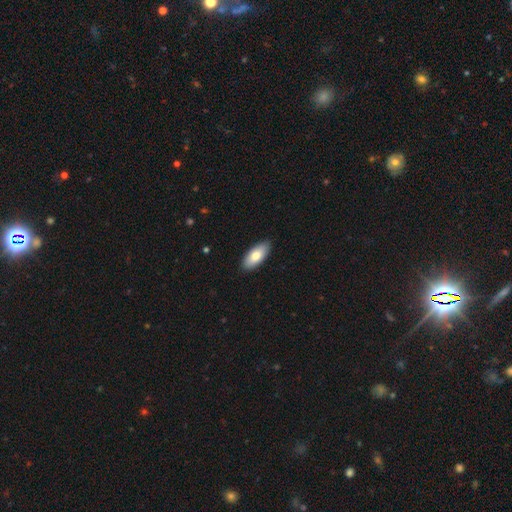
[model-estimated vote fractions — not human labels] Morphology: type=smooth (80%); roundness=in between (89%); merging=none (89%).